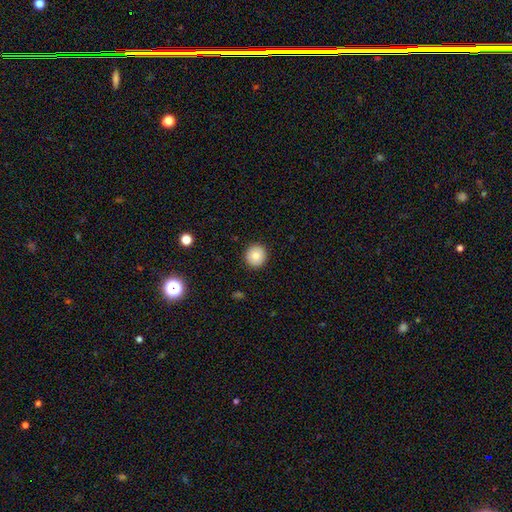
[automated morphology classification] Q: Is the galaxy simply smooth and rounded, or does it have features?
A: smooth — 84%.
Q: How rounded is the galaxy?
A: round — 95%.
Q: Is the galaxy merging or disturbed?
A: none — 92%.